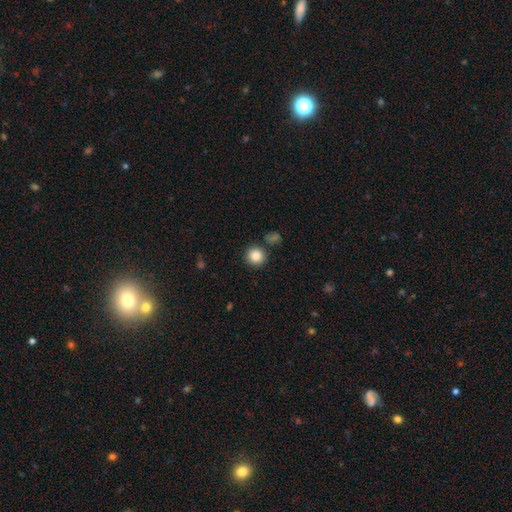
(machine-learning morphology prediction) This appears to be a smooth galaxy with no disk features (85%) that is round (94%). Merging: none (87%).